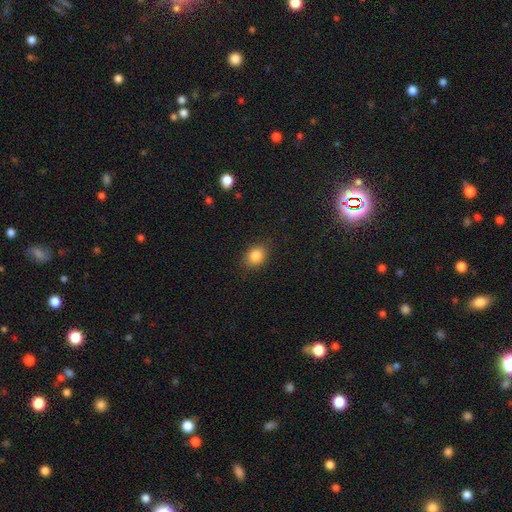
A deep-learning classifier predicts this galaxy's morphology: Smooth or featured?
  - smooth: 84% *
  - star or artifact: 10%
  - featured or disk: 6%
How rounded?
  - in between: 53% *
  - round: 46%
  - cigar-shaped: 1%
Merging?
  - none: 85% *
  - minor disturbance: 12%
  - major disturbance: 3%
  - merger: 1%